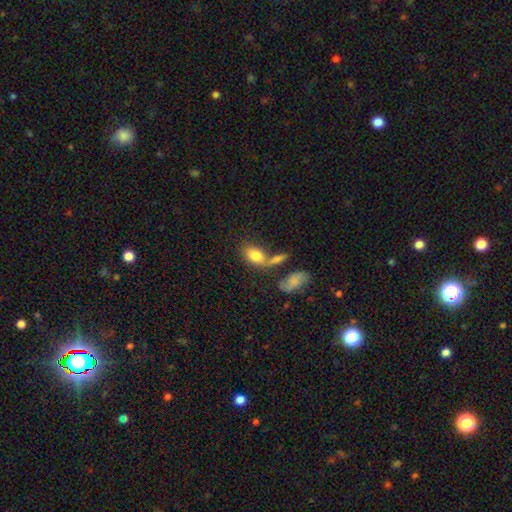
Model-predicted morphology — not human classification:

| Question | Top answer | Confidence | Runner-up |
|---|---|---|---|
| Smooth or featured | smooth | 79% | featured or disk (14%) |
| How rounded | in between | 87% | round (10%) |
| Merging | none | 43% | merger (34%) |